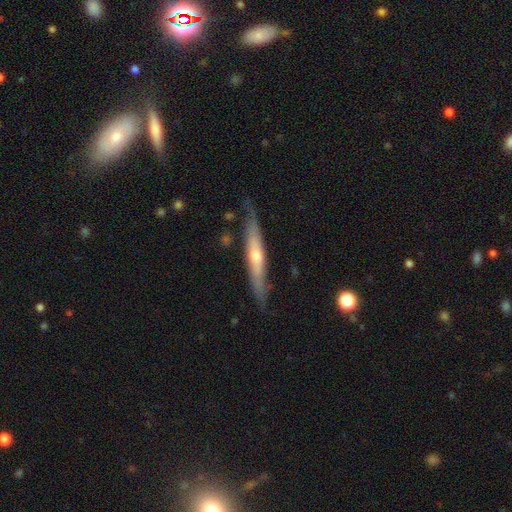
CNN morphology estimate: type=featured or disk (59%); edge-on=yes (89%); edge-on bulge=rounded (71%); merging=none (77%).